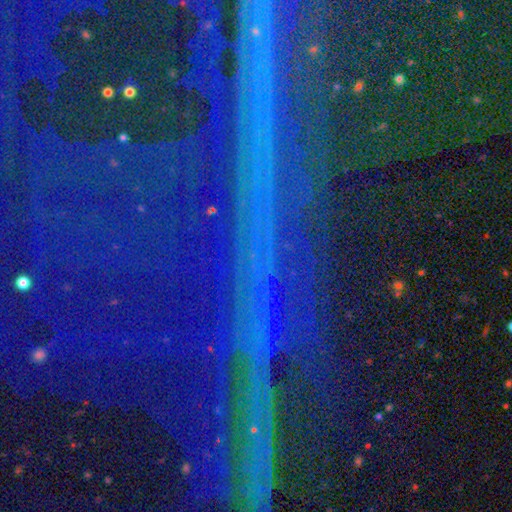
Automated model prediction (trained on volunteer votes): A star or artifact, not a galaxy (87%).

Vote fractions:
- Smooth or featured? star or artifact: 87% / featured or disk: 7% / smooth: 5%